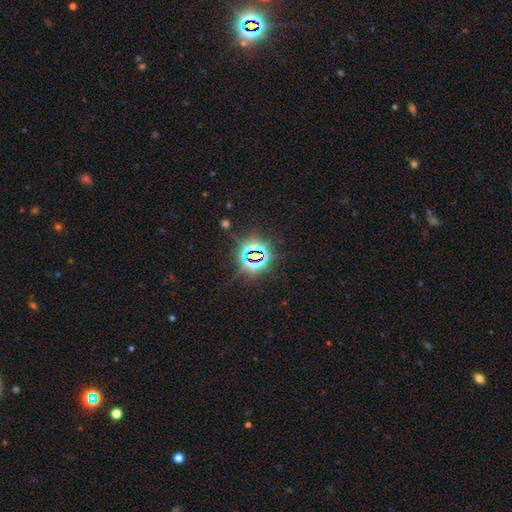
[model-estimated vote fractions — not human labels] Overall: star or artifact (81%).